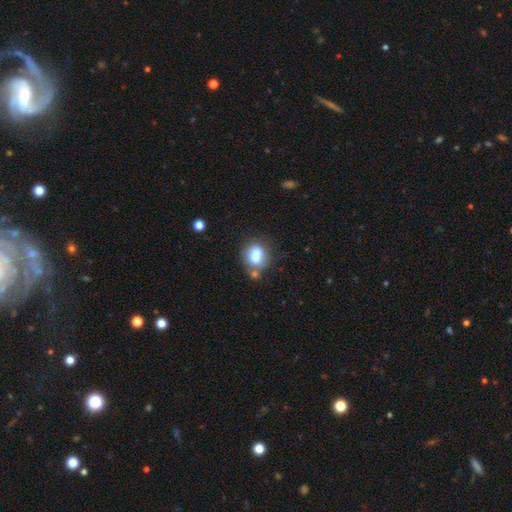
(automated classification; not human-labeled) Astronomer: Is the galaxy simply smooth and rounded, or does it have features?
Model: smooth — 79%.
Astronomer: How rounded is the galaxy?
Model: in between — 52% (runner-up: round, 47%).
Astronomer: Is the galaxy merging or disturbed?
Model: none — 53%.